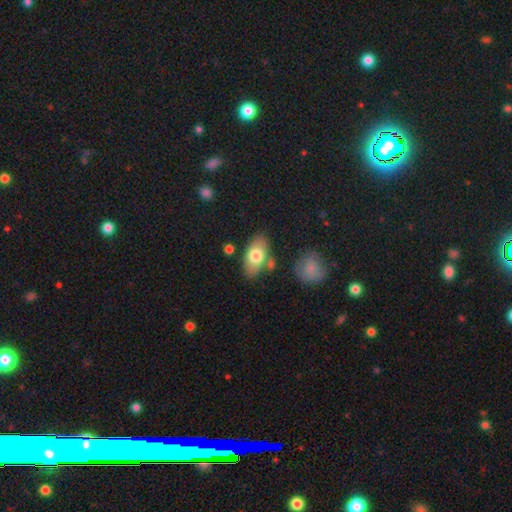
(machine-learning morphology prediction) A smooth galaxy with no disk features (73%) that is in between round and cigar-shaped (91%). Merging: none (74%).